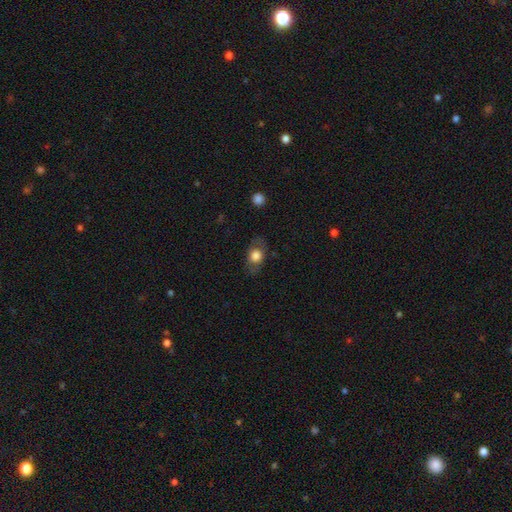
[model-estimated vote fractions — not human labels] A smooth galaxy with no disk features (67%) that is in between round and cigar-shaped (67%).

Vote fractions:
- Smooth or featured? smooth: 67% / featured or disk: 25% / star or artifact: 8%
- How rounded? in between: 67% / round: 30% / cigar-shaped: 3%
- Merging? none: 79% / minor disturbance: 14% / major disturbance: 6% / merger: 1%